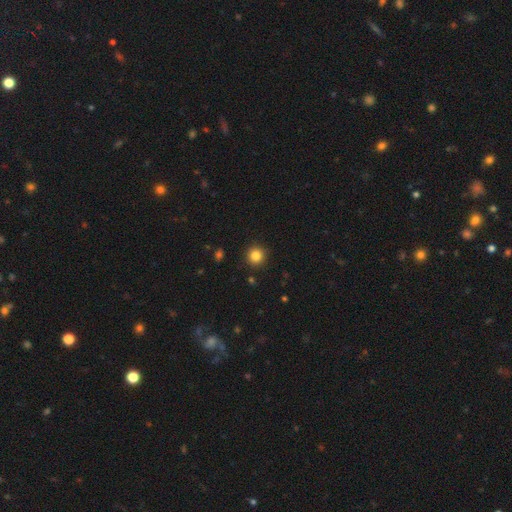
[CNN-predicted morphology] A smooth galaxy with no disk features (84%) that is round (94%). Merging: none (91%).